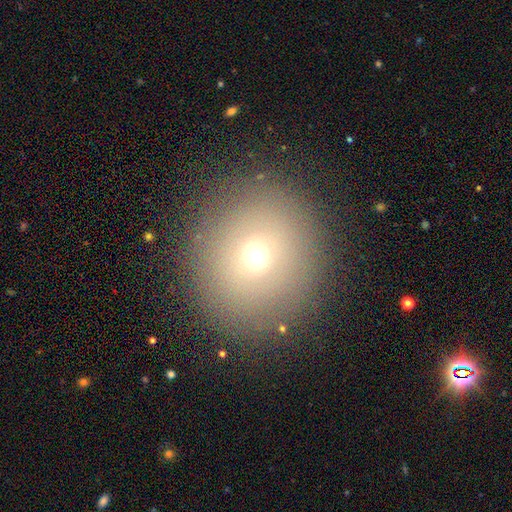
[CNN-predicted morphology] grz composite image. It shows a smooth galaxy with no disk features (68%) that is round (91%). Merging: none (89%).